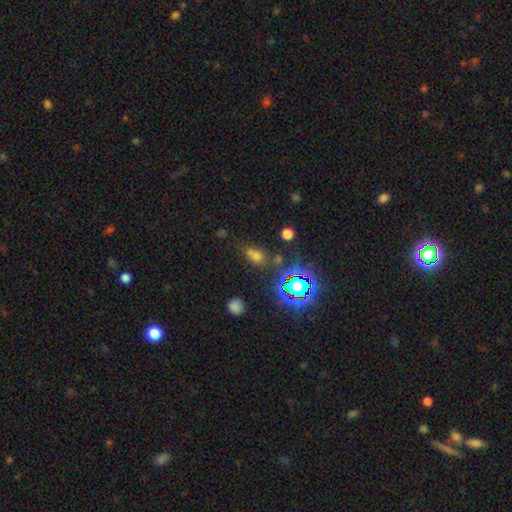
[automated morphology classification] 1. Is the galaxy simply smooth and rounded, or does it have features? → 52% smooth, 38% star or artifact, 10% featured or disk.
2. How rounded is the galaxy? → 56% in between, 41% round, 3% cigar-shaped.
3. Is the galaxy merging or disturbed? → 58% none, 22% merger, 14% minor disturbance, 6% major disturbance.